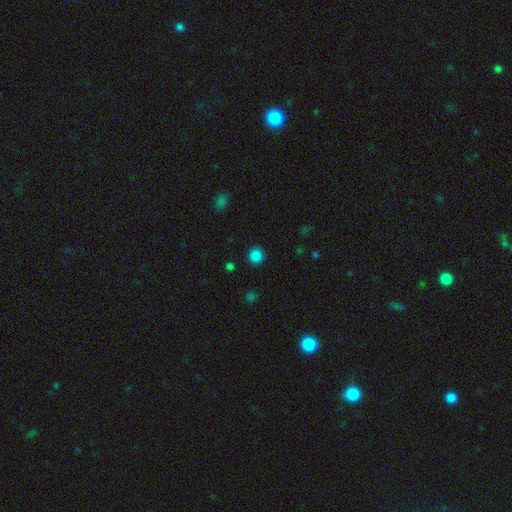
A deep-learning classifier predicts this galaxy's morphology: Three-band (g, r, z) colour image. It shows a smooth galaxy with no disk features (85%) that is round (93%). Merging: none (91%).